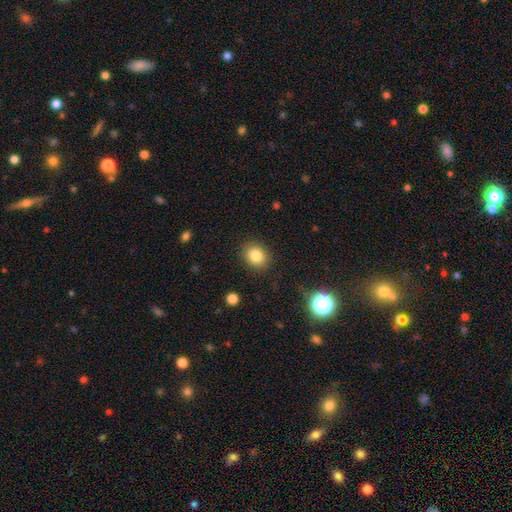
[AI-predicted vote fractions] Smooth or featured: smooth — 84% (star or artifact — 10%)
How rounded: round — 62% (in between — 37%)
Merging: none — 88% (minor disturbance — 8%)